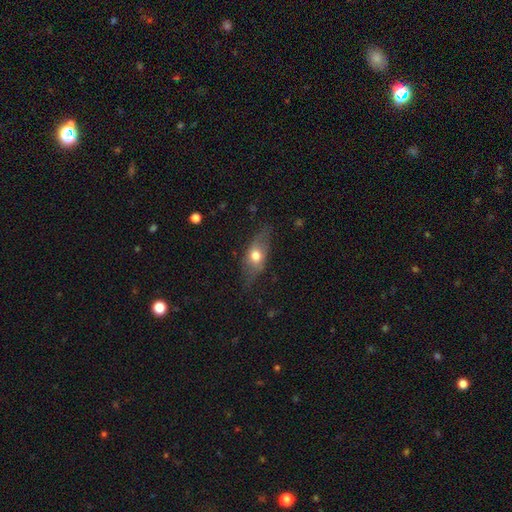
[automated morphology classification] smooth 61%, featured or disk 31%, star or artifact 8%. Down the decision tree: how rounded — in between (74%); merging — none (66%).